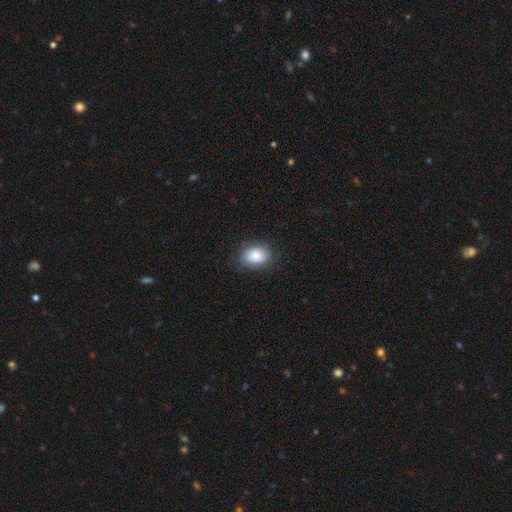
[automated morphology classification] Q: Smooth or featured?
A: smooth (77%); runner-up: featured or disk (15%)
Q: How rounded?
A: in between (70%); runner-up: round (29%)
Q: Merging?
A: none (76%); runner-up: minor disturbance (17%)